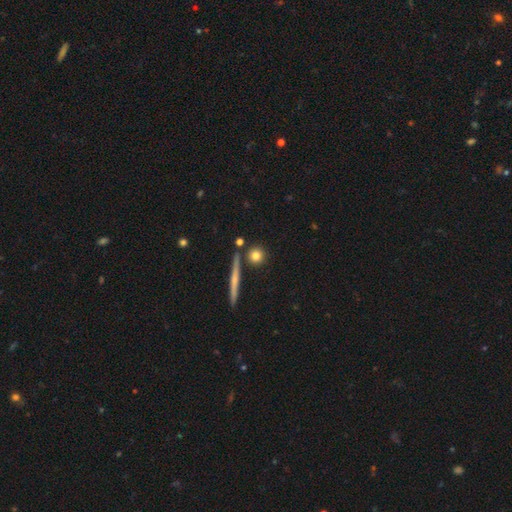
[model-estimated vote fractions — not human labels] The model was most divided on "smooth or featured": smooth: 78%, featured or disk: 13%, star or artifact: 9%. More confident: how rounded — round (87%); merging — none (80%).